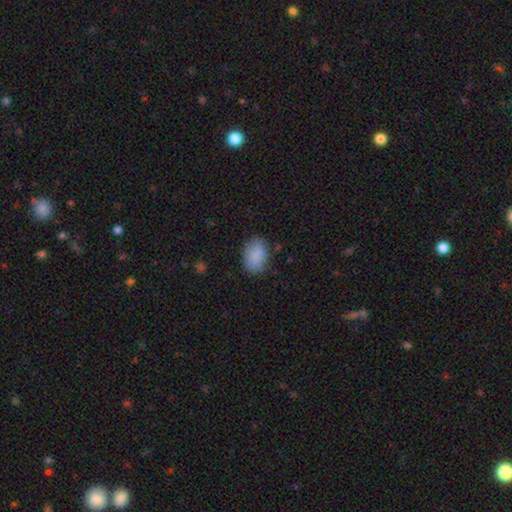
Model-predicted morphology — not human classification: Smooth or featured: smooth — 86% (star or artifact — 7%)
How rounded: in between — 81% (round — 18%)
Merging: none — 80% (minor disturbance — 15%)